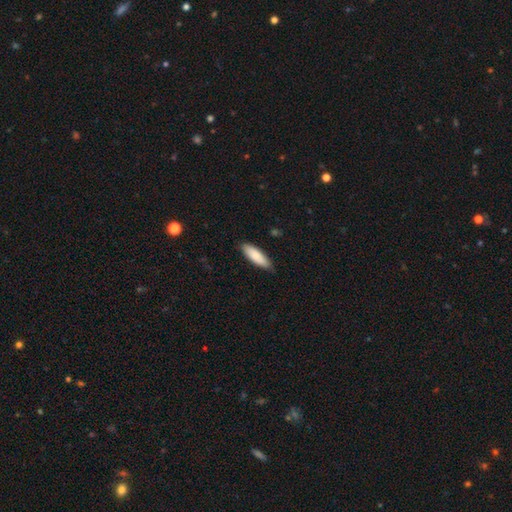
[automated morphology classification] smooth_or_featured: smooth (p=0.86) [alt: featured or disk p=0.09]
how_rounded: in between (p=0.58) [alt: cigar-shaped p=0.41]
merging: none (p=0.83) [alt: minor disturbance p=0.14]